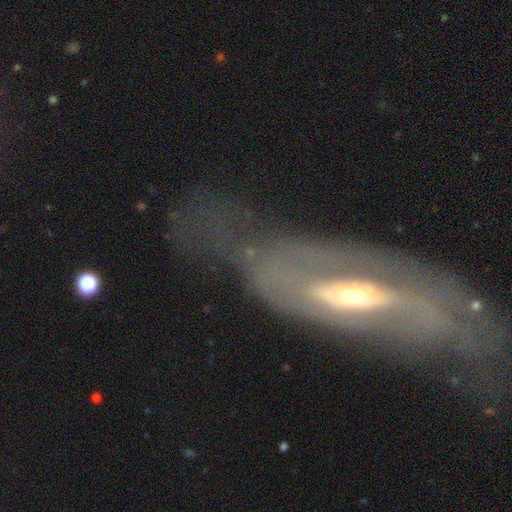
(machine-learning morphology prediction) This is likely a featured or disk galaxy (74%). It is clearly not viewed edge-on (80%). Bar: possibly no (47%). Spiral arm pattern: possibly yes (59%). Central bulge: possibly small (52%). Merging: marginally none (42%).